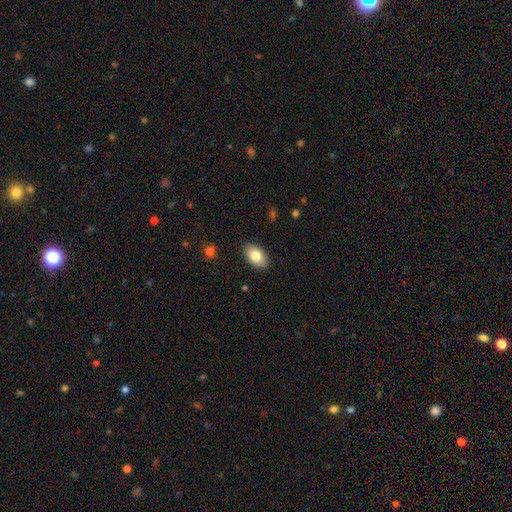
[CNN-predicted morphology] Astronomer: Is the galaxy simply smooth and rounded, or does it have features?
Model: smooth — 82%.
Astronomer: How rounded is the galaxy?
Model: in between — 92%.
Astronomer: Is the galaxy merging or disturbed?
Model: none — 88%.